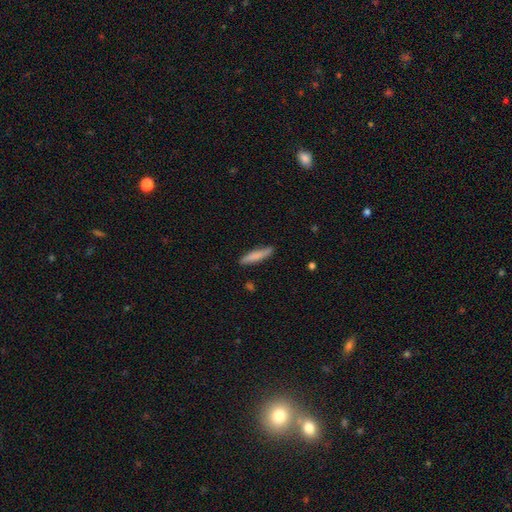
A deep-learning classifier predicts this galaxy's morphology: This appears to be a smooth galaxy with no disk features (77%) that is cigar-shaped (89%). Merging: none (86%).